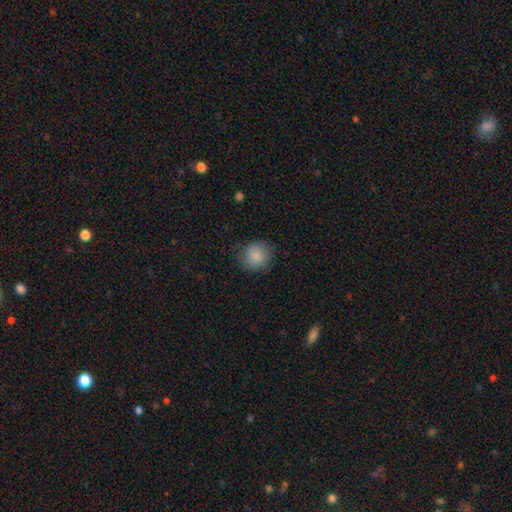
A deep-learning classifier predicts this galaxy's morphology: smooth_or_featured: smooth (p=0.85) [alt: star or artifact p=0.08]
how_rounded: round (p=0.85) [alt: in between p=0.14]
merging: none (p=0.77) [alt: minor disturbance p=0.17]